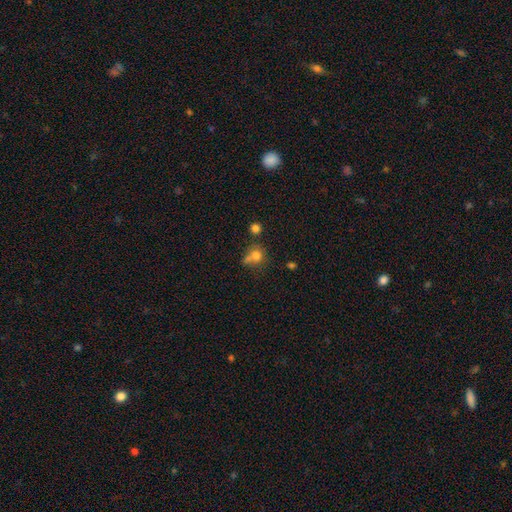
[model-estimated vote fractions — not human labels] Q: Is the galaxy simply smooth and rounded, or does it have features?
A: smooth — 75%.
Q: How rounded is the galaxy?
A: round — 76%.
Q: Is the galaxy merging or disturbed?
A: none — 45%.